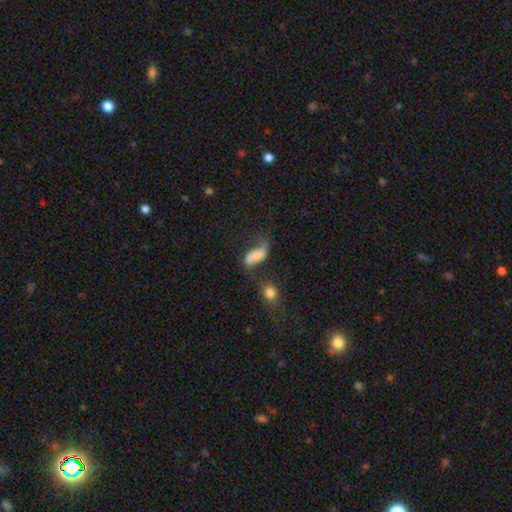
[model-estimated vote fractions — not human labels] smooth 59%, featured or disk 30%, star or artifact 11%. Down the decision tree: how rounded — in between (82%); merging — none (34%).